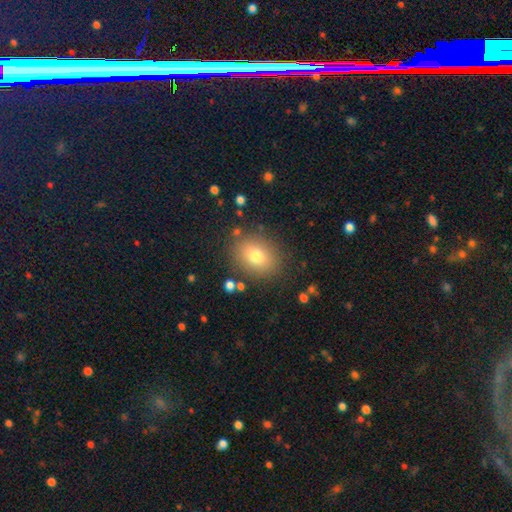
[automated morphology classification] smooth-or-featured: smooth: 75% | star or artifact: 13% | featured or disk: 12%
  how-rounded: in between: 50% | round: 49% | cigar-shaped: 1%
  merging: none: 85% | minor disturbance: 9% | major disturbance: 4% | merger: 2%